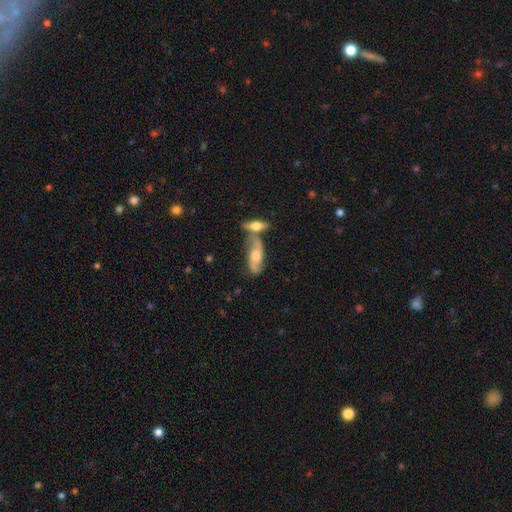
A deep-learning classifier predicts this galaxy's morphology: smooth_or_featured: featured or disk (p=0.63) [alt: smooth p=0.30]
disk_edge_on: no (p=0.75) [alt: yes p=0.25]
merging: none (p=0.44) [alt: merger p=0.35]